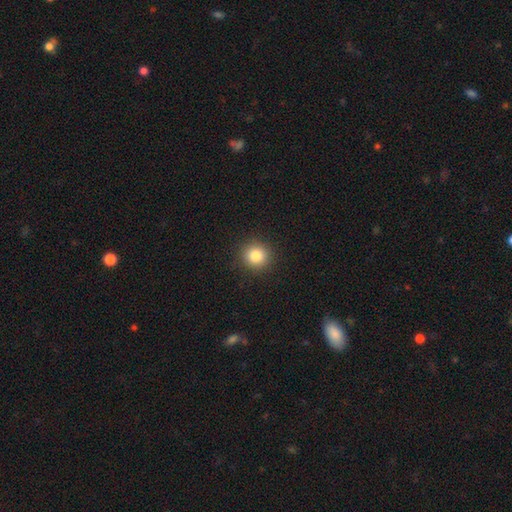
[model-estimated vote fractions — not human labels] Morphology: type=smooth (83%); roundness=round (91%); merging=none (91%).